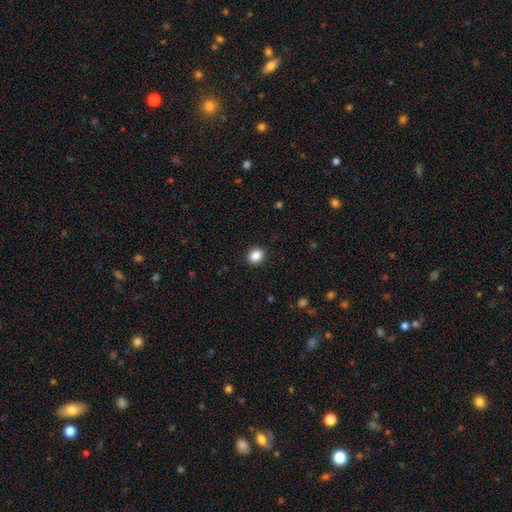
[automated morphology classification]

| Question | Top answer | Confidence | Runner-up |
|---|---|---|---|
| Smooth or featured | smooth | 87% | star or artifact (10%) |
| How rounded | round | 77% | in between (22%) |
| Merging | none | 91% | minor disturbance (6%) |